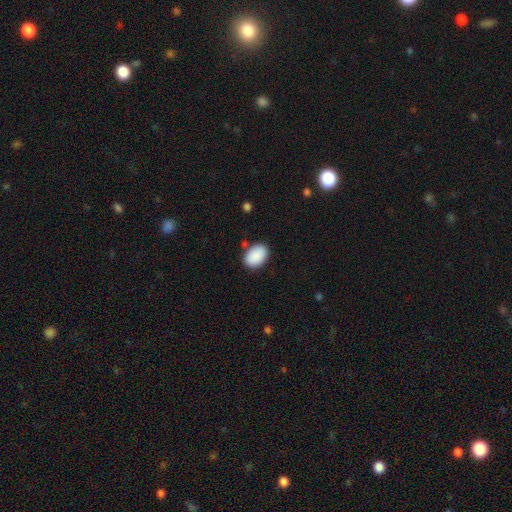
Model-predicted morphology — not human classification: This appears to be a smooth galaxy with no disk features (90%) that is in between round and cigar-shaped (86%). Merging: none (81%).